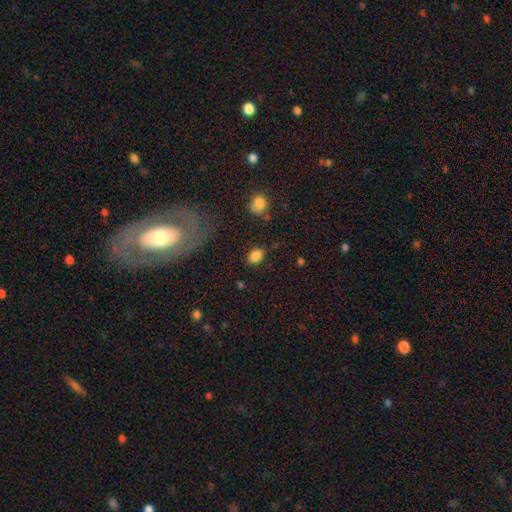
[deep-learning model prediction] Smooth or featured? smooth (86%)
How rounded? in between (70%)
Merging? none (82%)